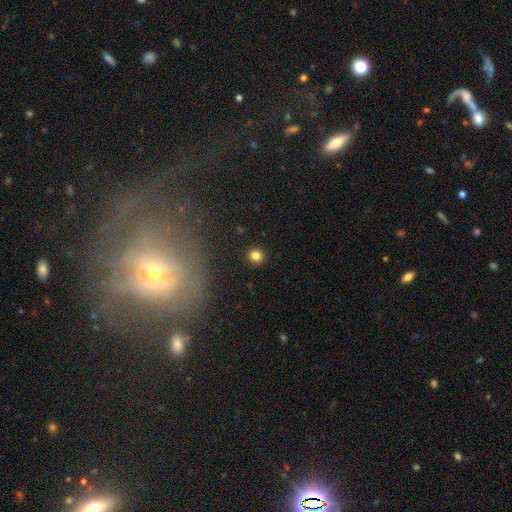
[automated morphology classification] A smooth galaxy with no disk features (82%) that is round (90%).

Vote fractions:
- Smooth or featured? smooth: 82% / star or artifact: 13% / featured or disk: 5%
- How rounded? round: 90% / in between: 9% / cigar-shaped: 1%
- Merging? none: 92% / minor disturbance: 5% / major disturbance: 2% / merger: 1%